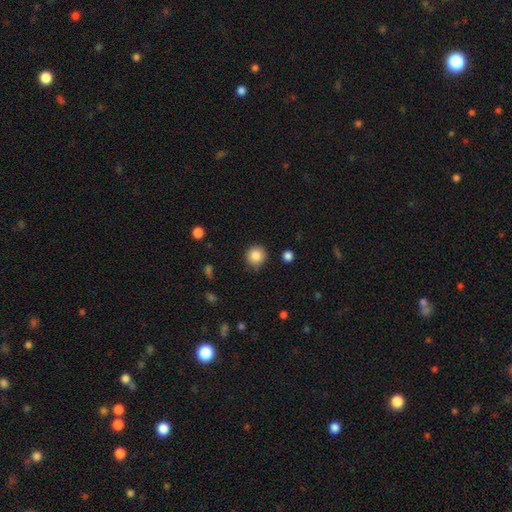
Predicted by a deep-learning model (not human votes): Overall: smooth (85%). How rounded: round (92%). Merging: none (84%).